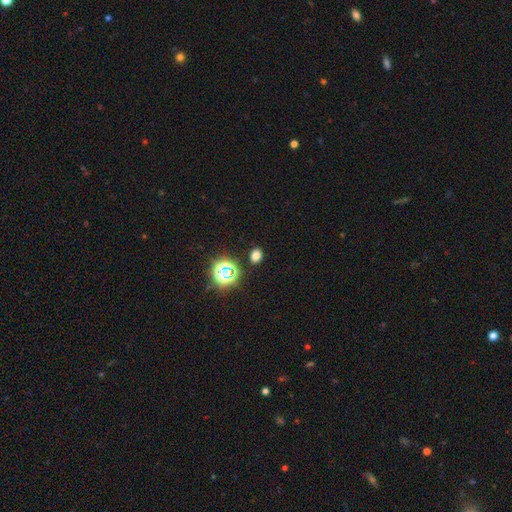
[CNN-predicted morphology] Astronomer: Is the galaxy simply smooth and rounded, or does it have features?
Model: smooth — 69%.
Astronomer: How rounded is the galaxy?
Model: in between — 59% (runner-up: round, 40%).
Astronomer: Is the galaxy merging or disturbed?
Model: none — 87%.